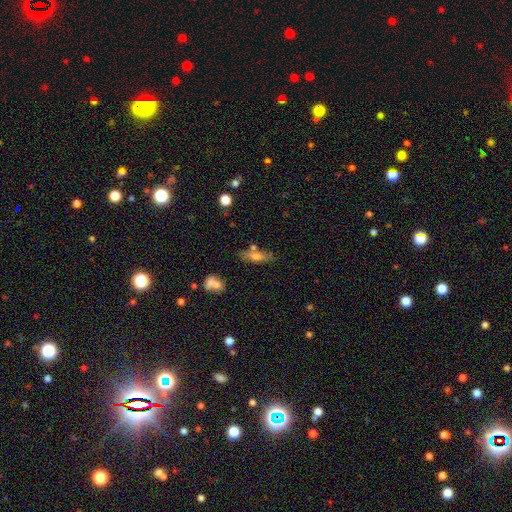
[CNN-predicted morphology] Smooth or featured?
  - smooth: 62% *
  - featured or disk: 30%
  - star or artifact: 9%
How rounded?
  - in between: 54% *
  - cigar-shaped: 42%
  - round: 4%
Merging?
  - none: 65% *
  - minor disturbance: 17%
  - merger: 13%
  - major disturbance: 5%